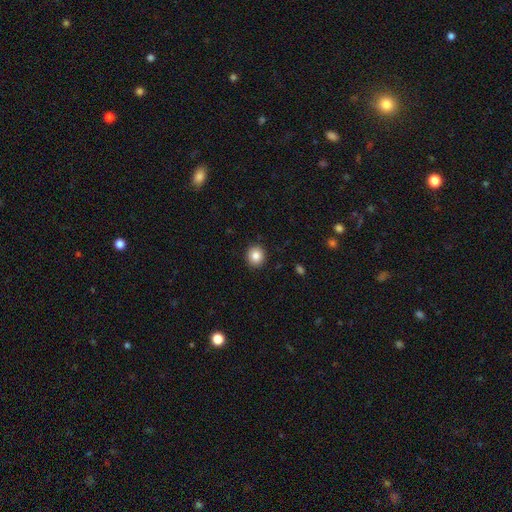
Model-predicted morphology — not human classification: Overall: smooth (85%). How rounded: round (82%). Merging: none (91%).